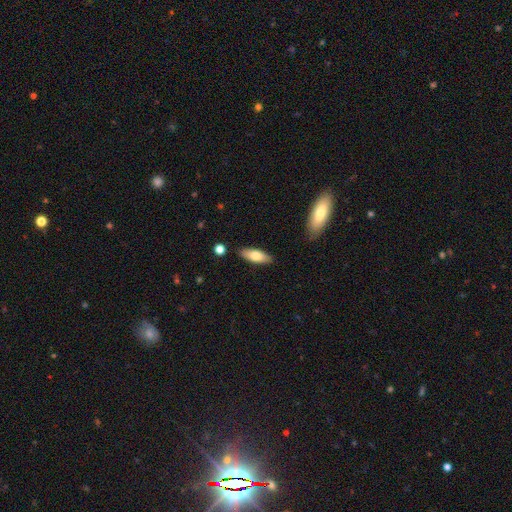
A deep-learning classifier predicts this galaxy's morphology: Smooth or featured: smooth — 72% (featured or disk — 22%)
How rounded: in between — 65% (cigar-shaped — 33%)
Merging: none — 86% (minor disturbance — 10%)